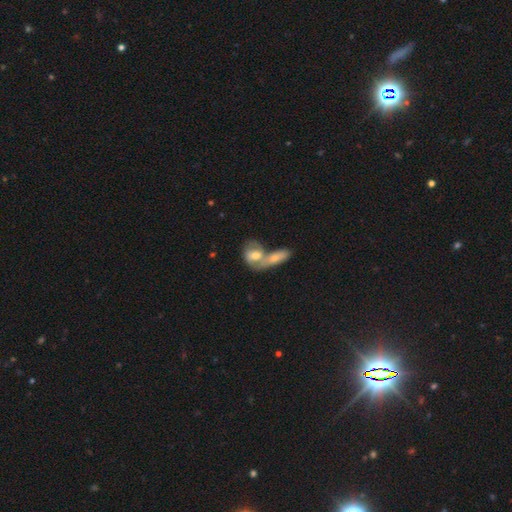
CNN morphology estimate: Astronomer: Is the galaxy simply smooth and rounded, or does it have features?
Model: smooth — 50% (runner-up: featured or disk, 43%).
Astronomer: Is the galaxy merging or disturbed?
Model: merger — 67%.